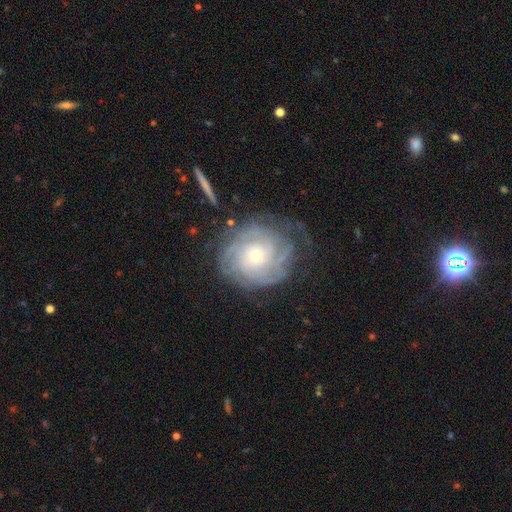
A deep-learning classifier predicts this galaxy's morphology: A featured or disk galaxy (82%) with no bar (81%), tight (75%) spiral arms (92%) and a small central bulge (65%). Merging: none (65%).